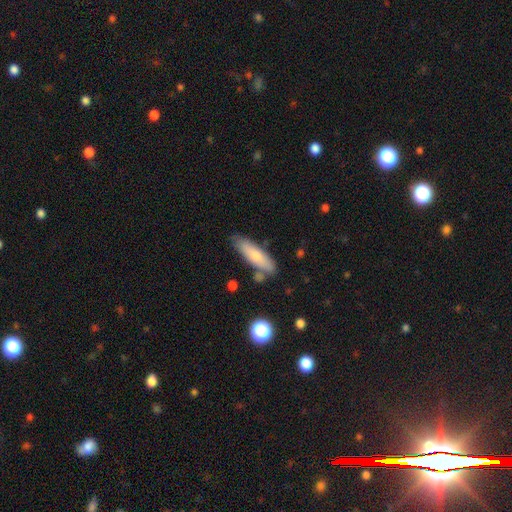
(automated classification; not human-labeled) A smooth galaxy with no disk features (68%) that is cigar-shaped (62%). Merging: none (73%).